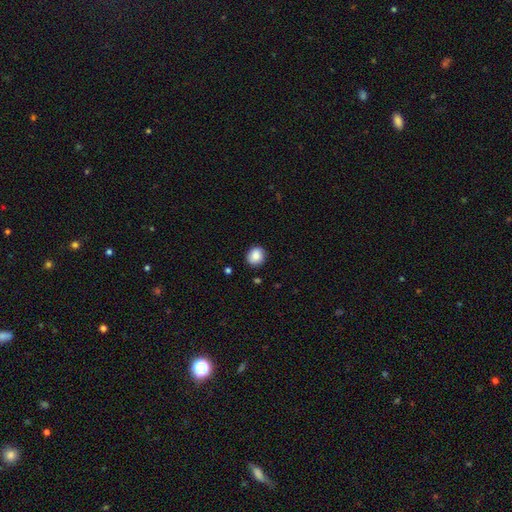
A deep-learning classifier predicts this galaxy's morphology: smooth 85%, star or artifact 8%, featured or disk 7%. Down the decision tree: how rounded — round (79%); merging — none (87%).